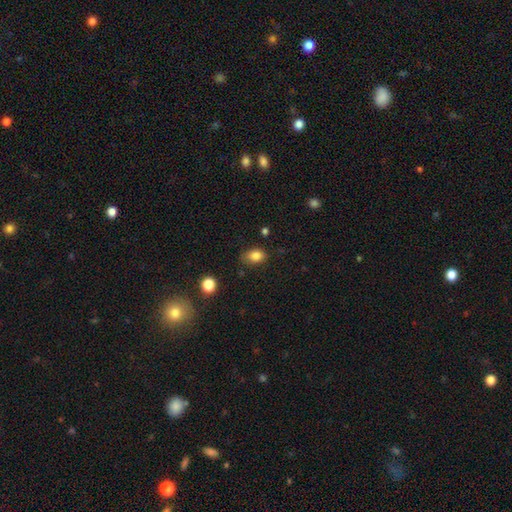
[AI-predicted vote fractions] The model was most divided on "merging": none: 65%, minor disturbance: 27%, major disturbance: 6%, merger: 3%. More confident: smooth or featured — smooth (84%); how rounded — in between (73%).